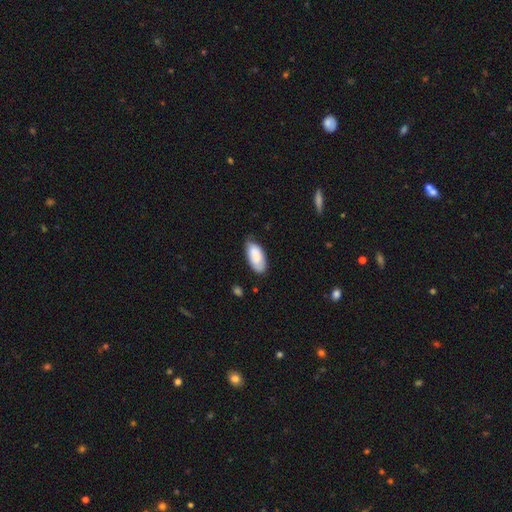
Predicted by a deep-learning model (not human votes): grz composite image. It shows a smooth galaxy with no disk features (81%) that is in between round and cigar-shaped (92%). Merging: none (67%).